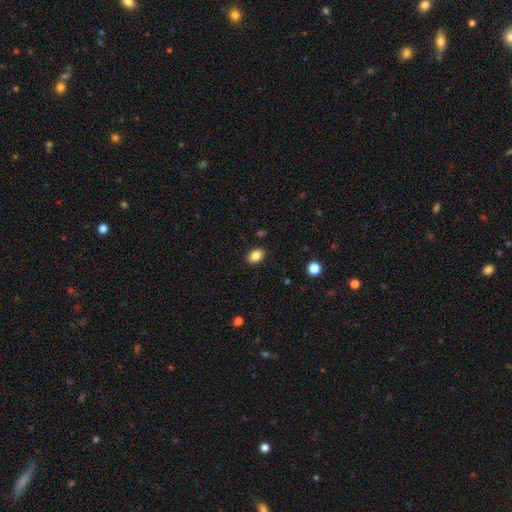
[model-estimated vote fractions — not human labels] Q: Smooth or featured?
A: smooth (85%); runner-up: star or artifact (9%)
Q: How rounded?
A: in between (83%); runner-up: round (16%)
Q: Merging?
A: none (89%); runner-up: minor disturbance (8%)